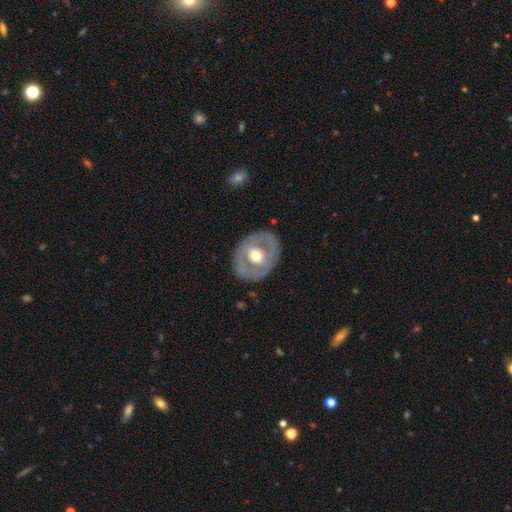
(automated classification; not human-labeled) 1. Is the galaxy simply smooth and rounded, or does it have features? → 61% featured or disk, 33% smooth, 5% star or artifact.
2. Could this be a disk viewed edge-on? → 94% no, 6% yes.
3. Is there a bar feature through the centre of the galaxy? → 68% no, 23% weak, 9% strong.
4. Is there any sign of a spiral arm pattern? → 75% no, 25% yes.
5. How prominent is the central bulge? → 69% moderate, 20% large, 8% small, 1% dominant, 1% none.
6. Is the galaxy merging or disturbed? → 80% none, 13% minor disturbance, 6% major disturbance, 1% merger.